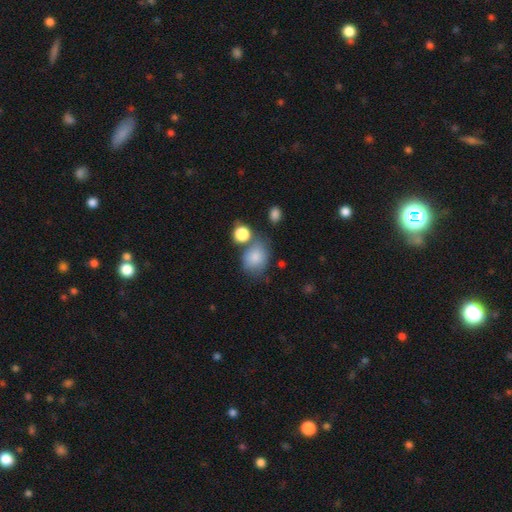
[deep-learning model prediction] smooth-or-featured: smooth: 82% | star or artifact: 9% | featured or disk: 9%
  how-rounded: in between: 53% | round: 46% | cigar-shaped: 1%
  merging: none: 53% | minor disturbance: 21% | merger: 18% | major disturbance: 8%